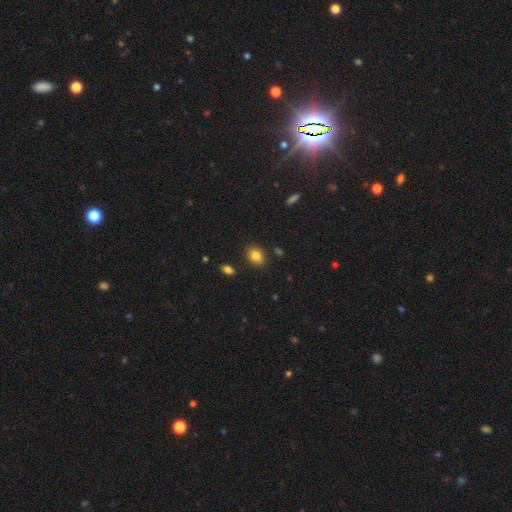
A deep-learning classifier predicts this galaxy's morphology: Overall: smooth (83%). How rounded: in between (62%; round 37%). Merging: none (84%).